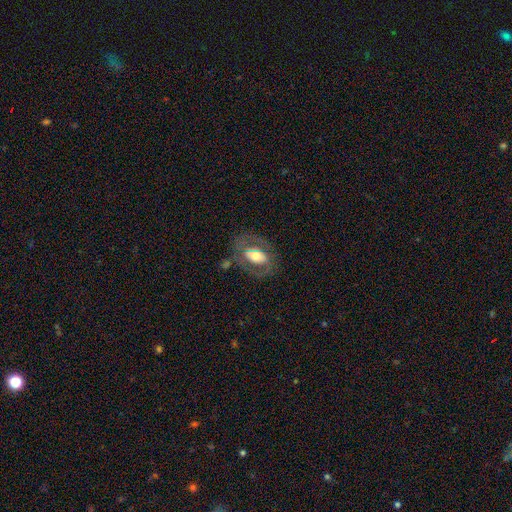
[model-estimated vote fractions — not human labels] This appears to be a featured or disk galaxy (56%) with no bar (48%), no spiral arms (57%) and a moderate central bulge (58%). Merging: none (63%).